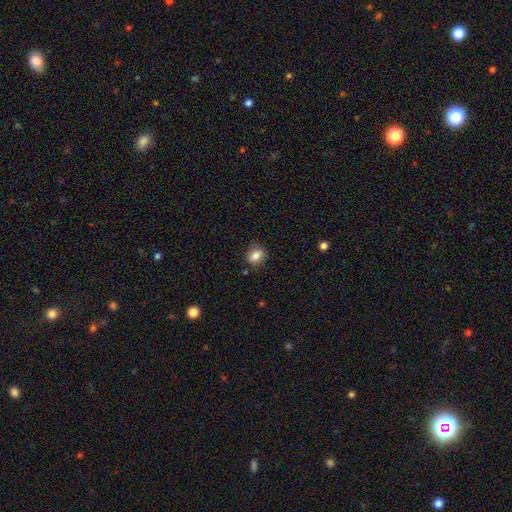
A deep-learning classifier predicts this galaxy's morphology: A smooth galaxy with no disk features (83%) that is in between round and cigar-shaped (54%).

Vote fractions:
- Smooth or featured? smooth: 83% / star or artifact: 9% / featured or disk: 8%
- How rounded? in between: 54% / round: 44% / cigar-shaped: 2%
- Merging? none: 83% / minor disturbance: 12% / major disturbance: 3% / merger: 2%